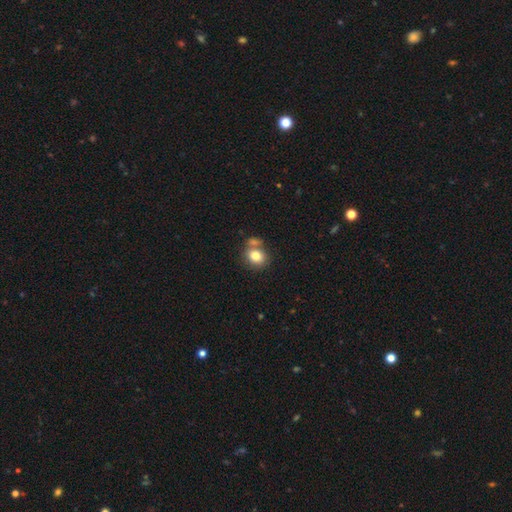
A smooth galaxy with no disk features (82%) that is round (65%).

Vote fractions:
- Smooth or featured? smooth: 82% / featured or disk: 13% / star or artifact: 5%
- How rounded? round: 65% / in between: 35% / cigar-shaped: 0%
- Merging? none: 47% (tied) / merger: 47% (tied) / minor disturbance: 6% / major disturbance: 0%